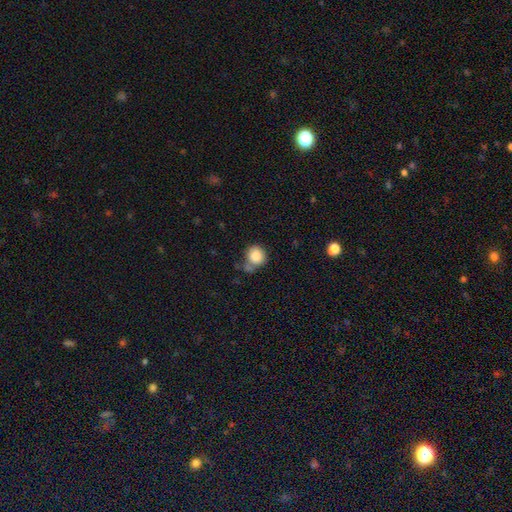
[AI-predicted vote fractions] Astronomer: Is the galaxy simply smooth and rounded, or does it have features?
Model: smooth — 84%.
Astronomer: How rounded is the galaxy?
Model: round — 84%.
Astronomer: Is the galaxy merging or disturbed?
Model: none — 57%.